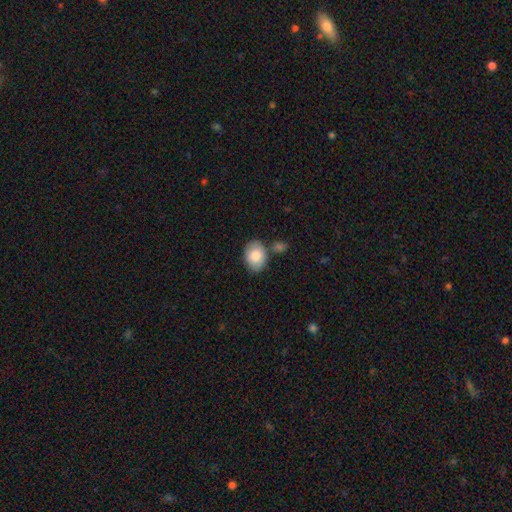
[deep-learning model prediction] This is clearly a smooth galaxy (84%). How rounded: likely in between (76%). Merging: likely none (70%).